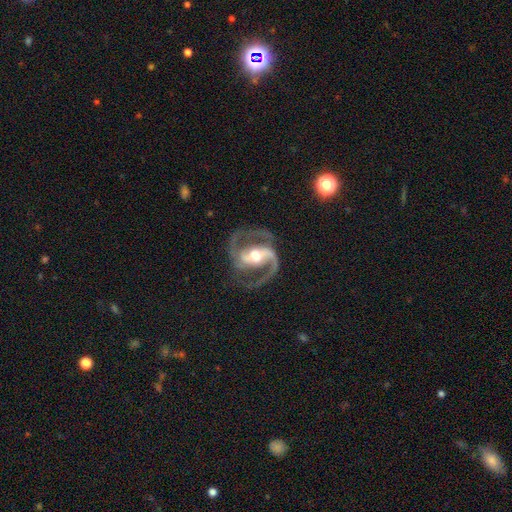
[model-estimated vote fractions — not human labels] smooth_or_featured: featured or disk (p=0.93) [alt: star or artifact p=0.04]
disk_edge_on: no (p=0.98) [alt: yes p=0.02]
bar: strong (p=0.47) [alt: weak p=0.35]
has_spiral_arms: yes (p=0.98) [alt: no p=0.02]
spiral_winding: medium (p=0.66) [alt: tight p=0.18]
spiral_arm_count: 2 (p=0.93) [alt: 3 p=0.02]
bulge_size: moderate (p=0.69) [alt: large p=0.16]
merging: none (p=0.78) [alt: minor disturbance p=0.13]